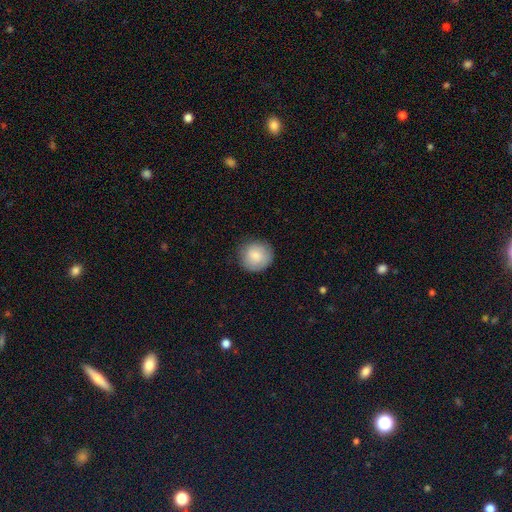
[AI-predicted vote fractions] The model was most divided on "merging": none: 84%, minor disturbance: 12%, major disturbance: 3%, merger: 1%. More confident: how rounded — round (92%); smooth or featured — smooth (84%).